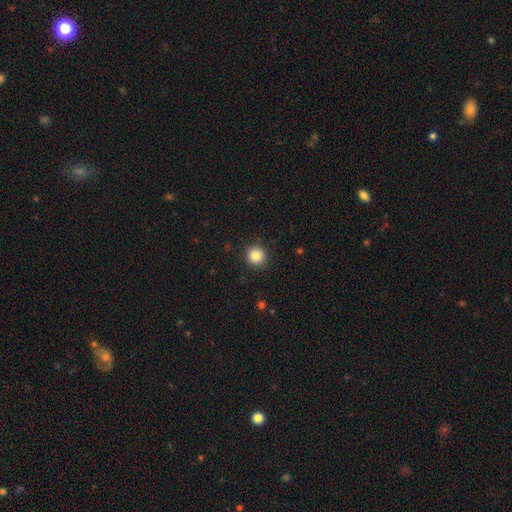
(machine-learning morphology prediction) smooth 84%, star or artifact 11%, featured or disk 5%. Down the decision tree: how rounded — round (94%); merging — none (92%).